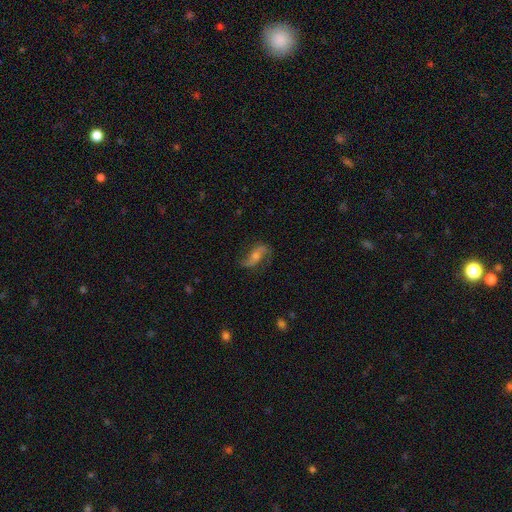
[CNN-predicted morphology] Smooth or featured? featured or disk (79%)
Edge-on disk? no (94%)
Bar? no (46%)
Spiral arms? yes (94%)
Spiral winding? loose (61%)
Spiral arm count? 2 (90%)
Bulge size? moderate (55%)
Merging? none (75%)